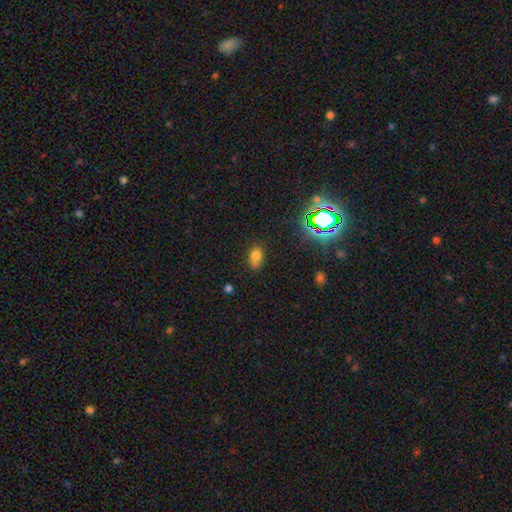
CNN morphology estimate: Smooth or featured? smooth (72%)
How rounded? in between (61%)
Merging? none (56%)